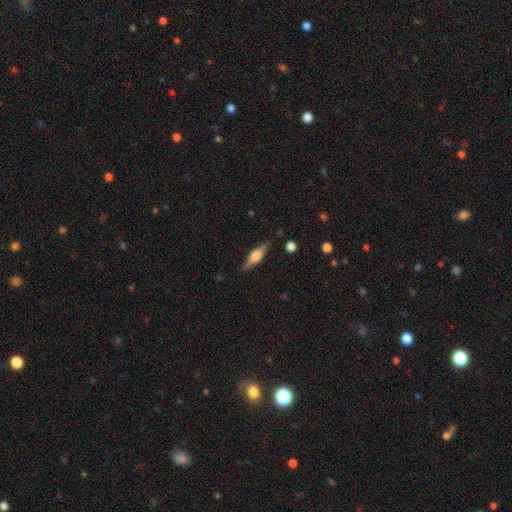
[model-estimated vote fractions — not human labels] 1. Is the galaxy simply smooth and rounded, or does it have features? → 63% featured or disk, 31% smooth, 6% star or artifact.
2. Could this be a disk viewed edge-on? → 96% yes, 4% no.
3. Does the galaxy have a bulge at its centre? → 89% rounded, 9% boxy, 2% none.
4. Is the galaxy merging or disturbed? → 86% none, 10% minor disturbance, 2% major disturbance, 2% merger.